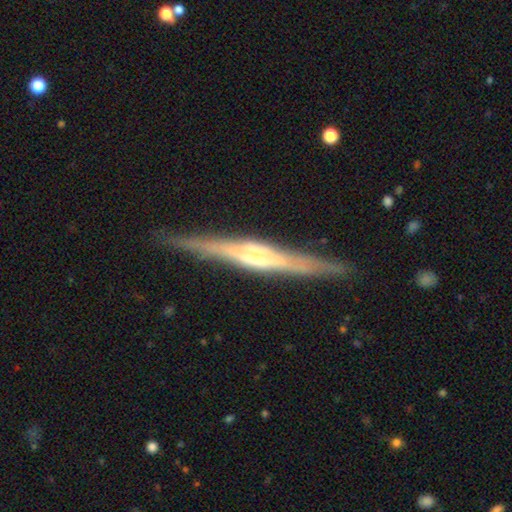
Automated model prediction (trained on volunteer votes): smooth-or-featured: featured or disk: 83% | smooth: 12% | star or artifact: 5%
  disk-edge-on: yes: 98% | no: 2%
    edge-on-bulge: rounded: 60% | boxy: 30% | none: 11%
  merging: none: 89% | minor disturbance: 8% | major disturbance: 2% | merger: 1%